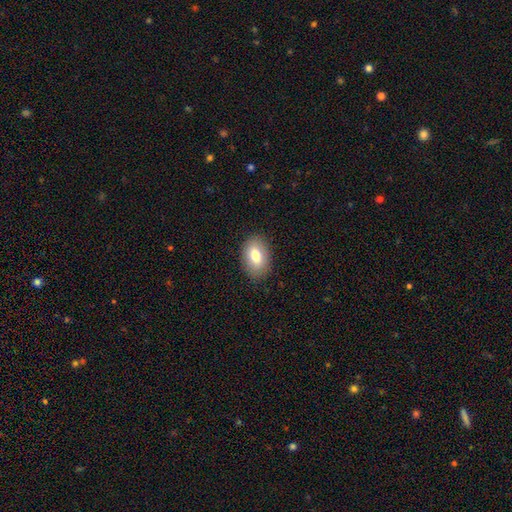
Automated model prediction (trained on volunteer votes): Smooth or featured?
  - smooth: 79% *
  - featured or disk: 13%
  - star or artifact: 7%
How rounded?
  - in between: 87% *
  - round: 11%
  - cigar-shaped: 1%
Merging?
  - none: 87% *
  - minor disturbance: 9%
  - major disturbance: 3%
  - merger: 1%